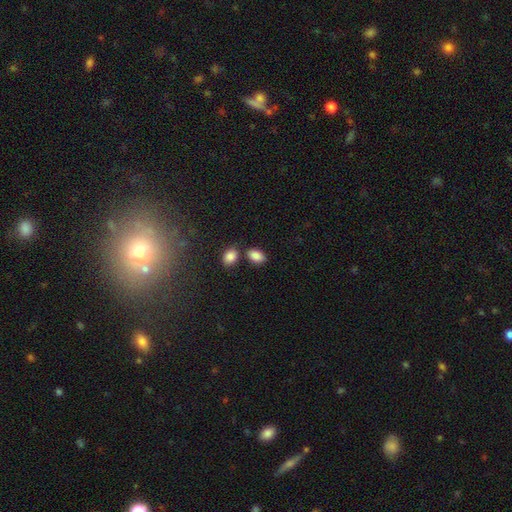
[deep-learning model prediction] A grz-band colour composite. It shows a smooth galaxy with no disk features (87%) that is in between round and cigar-shaped (89%). Merging: none (66%).